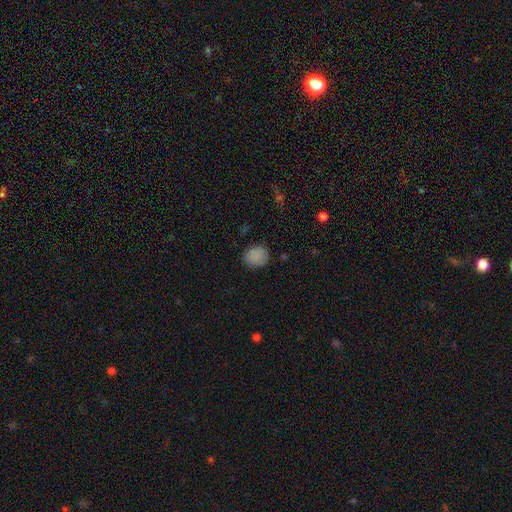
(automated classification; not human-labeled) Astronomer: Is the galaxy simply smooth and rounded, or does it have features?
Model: smooth — 86%.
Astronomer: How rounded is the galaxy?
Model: round — 65%.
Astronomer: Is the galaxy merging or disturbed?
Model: none — 84%.